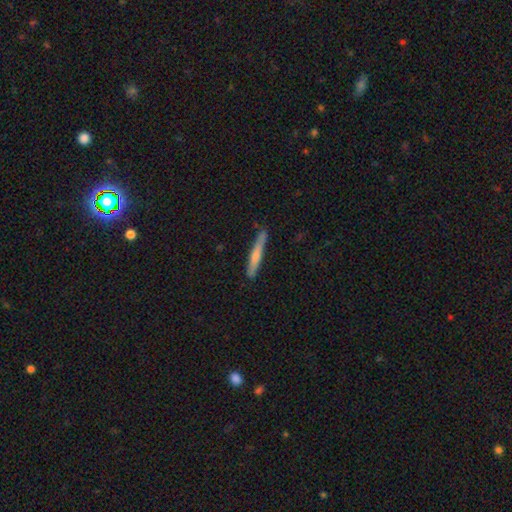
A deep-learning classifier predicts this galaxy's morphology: smooth_or_featured: featured or disk (p=0.52) [alt: smooth p=0.35]
disk_edge_on: yes (p=0.94) [alt: no p=0.06]
merging: none (p=0.86) [alt: minor disturbance p=0.10]